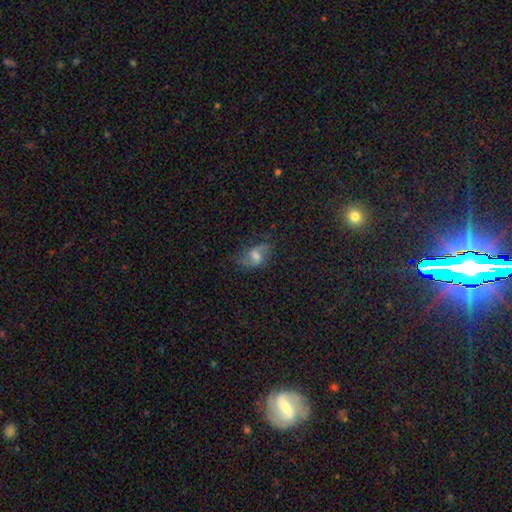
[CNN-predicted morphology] Smooth or featured? featured or disk (53%)
Edge-on disk? no (95%)
Bar? weak (52%)
Spiral arms? yes (81%)
Bulge size? moderate (42%)
Merging? none (59%)